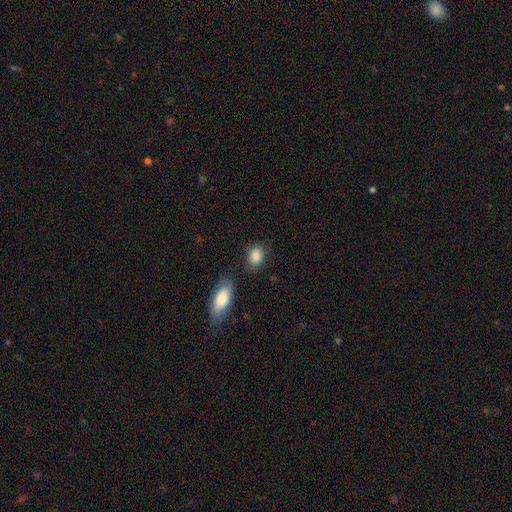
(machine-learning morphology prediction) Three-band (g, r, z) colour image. It shows a smooth galaxy with no disk features (87%) that is in between round and cigar-shaped (77%). Merging: none (74%).